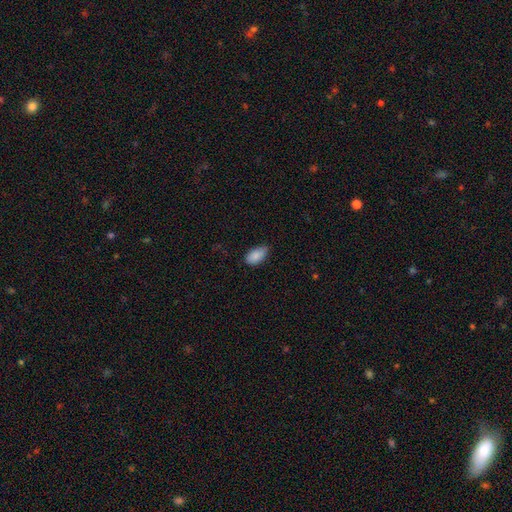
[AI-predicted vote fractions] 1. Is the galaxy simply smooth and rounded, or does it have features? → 87% smooth, 7% star or artifact, 6% featured or disk.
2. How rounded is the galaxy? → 94% in between, 4% round, 3% cigar-shaped.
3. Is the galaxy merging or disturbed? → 61% none, 33% minor disturbance, 5% major disturbance, 1% merger.